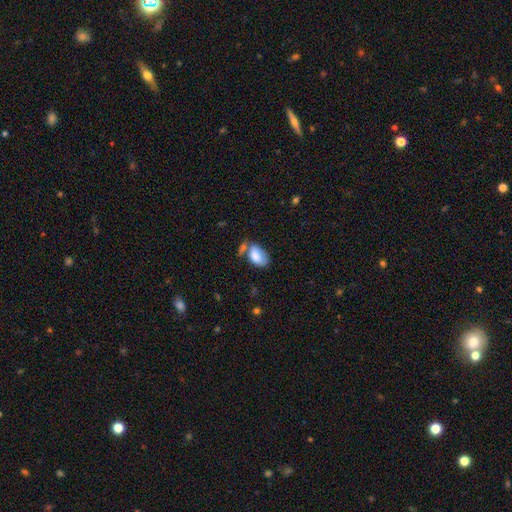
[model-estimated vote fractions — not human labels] Smooth or featured? Predicted: smooth (p=0.80). How rounded? Predicted: in between (p=0.91). Merging? Predicted: none (p=0.40).